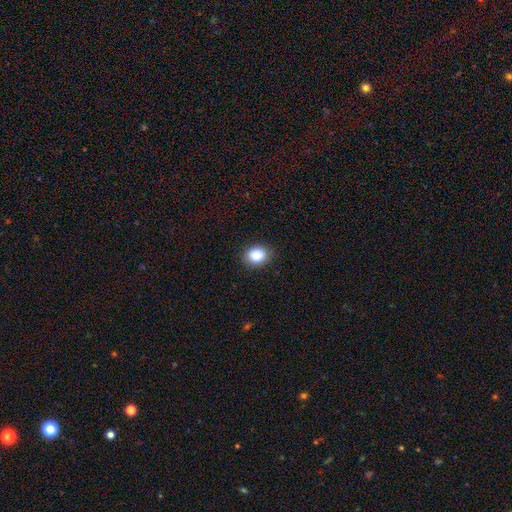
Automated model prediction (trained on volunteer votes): smooth 86%, star or artifact 9%, featured or disk 5%. Down the decision tree: how rounded — round (50%); merging — none (88%).